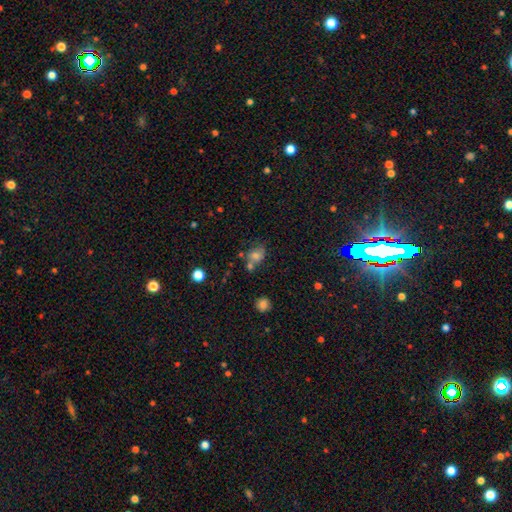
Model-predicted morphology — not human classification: Smooth or featured? smooth (71%)
How rounded? round (49%, tied with in between)
Merging? none (46%)